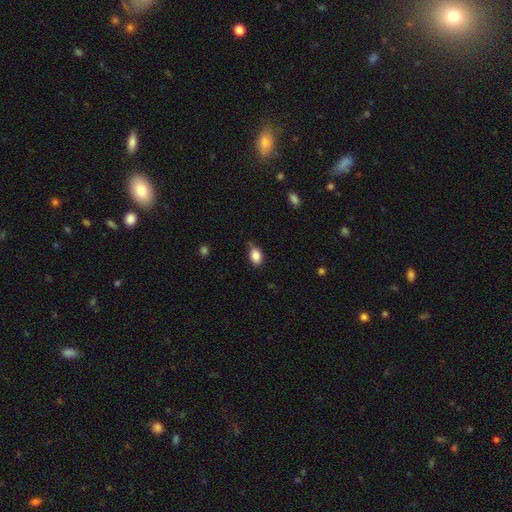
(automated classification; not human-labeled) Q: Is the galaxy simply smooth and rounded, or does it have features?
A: smooth — 85%.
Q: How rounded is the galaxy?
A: in between — 80%.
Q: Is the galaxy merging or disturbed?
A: none — 66%.